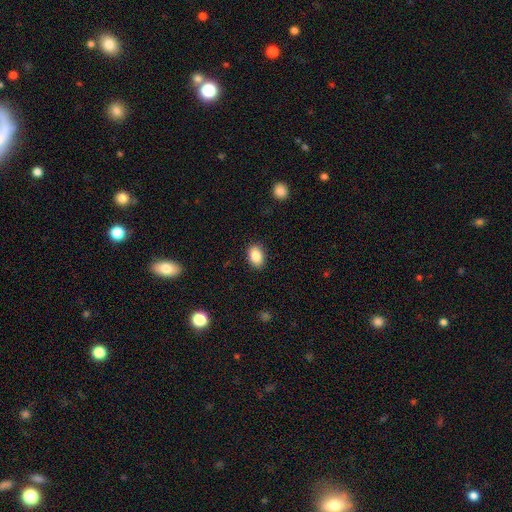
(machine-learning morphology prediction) Smooth or featured: smooth — 88% (star or artifact — 8%)
How rounded: in between — 84% (round — 15%)
Merging: none — 88% (minor disturbance — 9%)